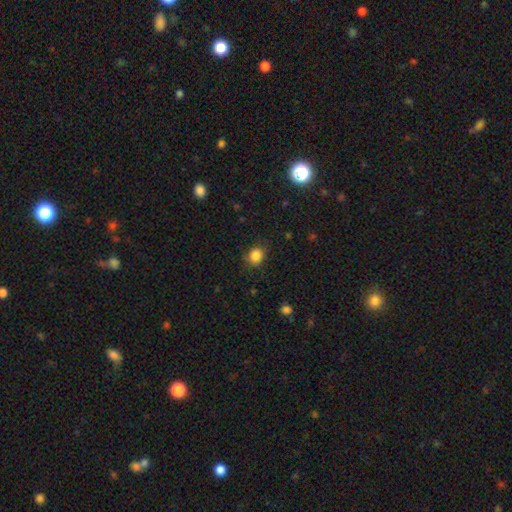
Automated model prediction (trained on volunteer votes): smooth-or-featured: smooth: 85% | star or artifact: 11% | featured or disk: 5%
  how-rounded: round: 72% | in between: 27% | cigar-shaped: 1%
  merging: none: 76% | minor disturbance: 18% | major disturbance: 5% | merger: 1%